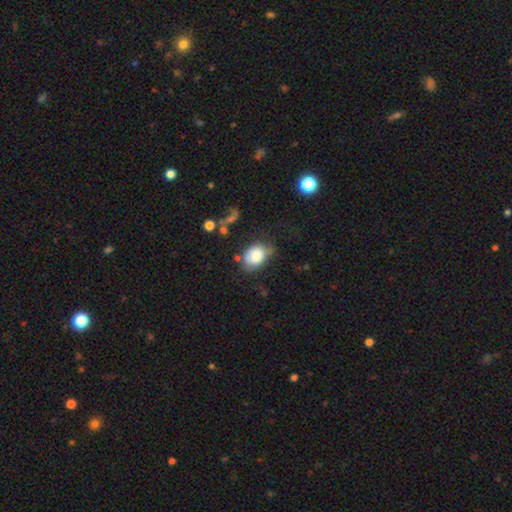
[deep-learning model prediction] Smooth or featured?
  - smooth: 80% *
  - featured or disk: 12%
  - star or artifact: 8%
How rounded?
  - in between: 69% *
  - round: 30%
  - cigar-shaped: 1%
Merging?
  - none: 49% *
  - minor disturbance: 29%
  - major disturbance: 14%
  - merger: 7%